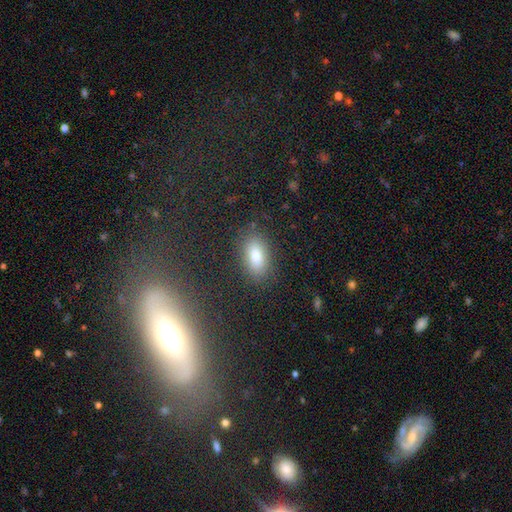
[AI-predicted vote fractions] Smooth or featured: smooth — 77% (star or artifact — 14%)
How rounded: in between — 87% (round — 7%)
Merging: none — 86% (minor disturbance — 9%)